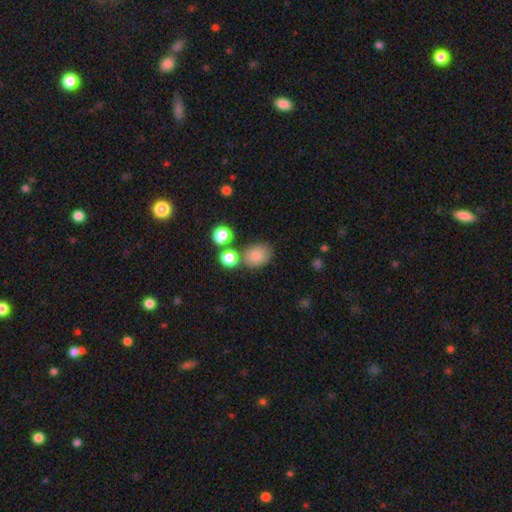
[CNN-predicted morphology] This appears to be a smooth galaxy with no disk features (82%) that is in between round and cigar-shaped (55%). Merging: none (65%).